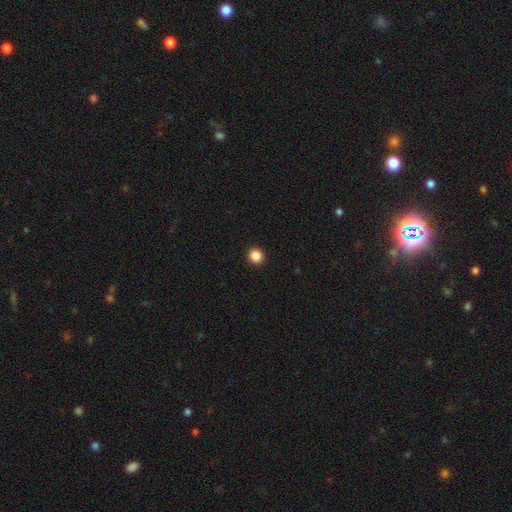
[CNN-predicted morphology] Overall: smooth (87%). How rounded: round (92%). Merging: none (94%).